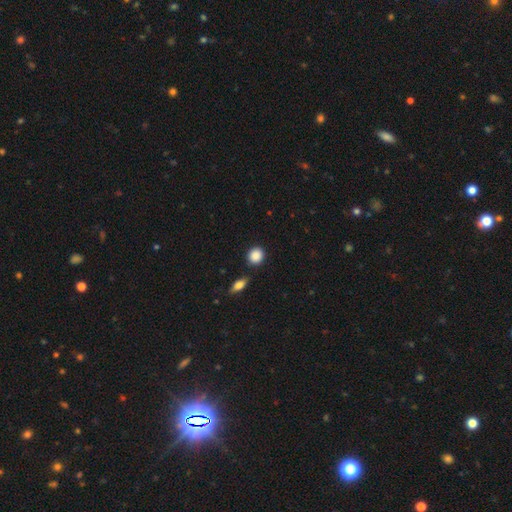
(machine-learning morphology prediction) type=smooth (88%); roundness=round (85%); merging=none (85%).